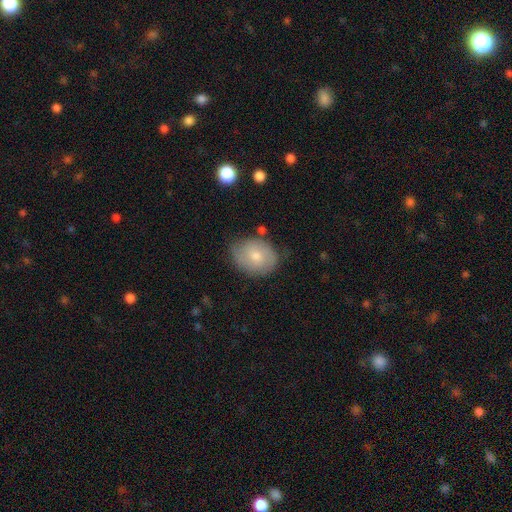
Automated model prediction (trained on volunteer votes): A smooth galaxy with no disk features (63%) that is in between round and cigar-shaped (52%). Merging: none (69%).